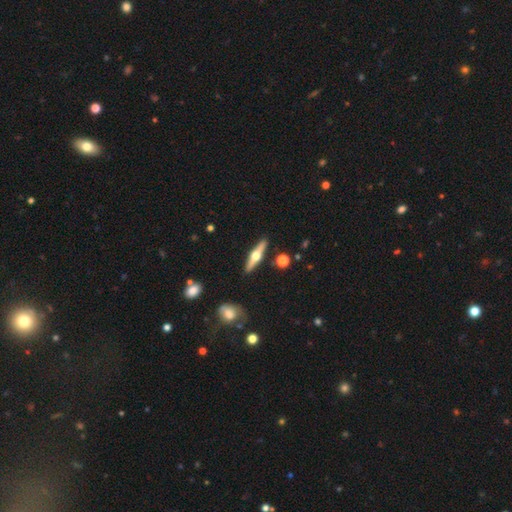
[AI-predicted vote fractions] featured or disk 69%, smooth 25%, star or artifact 5%. Down the decision tree: edge-on disk — yes (97%); edge-on bulge — rounded (96%); merging — none (90%).